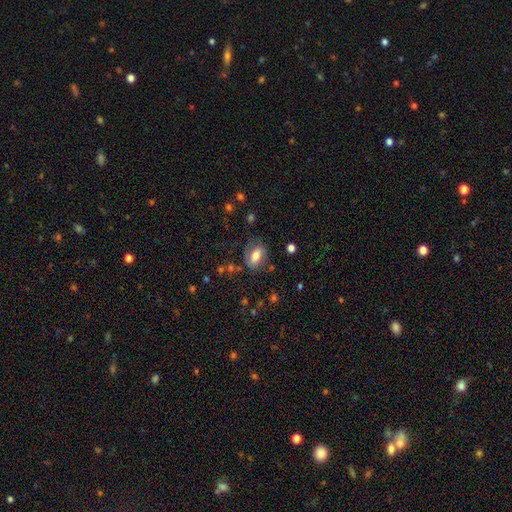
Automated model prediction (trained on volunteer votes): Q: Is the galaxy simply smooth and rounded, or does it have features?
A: smooth — 66%.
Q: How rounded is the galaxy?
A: in between — 82%.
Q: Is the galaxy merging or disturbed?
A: none — 64%.